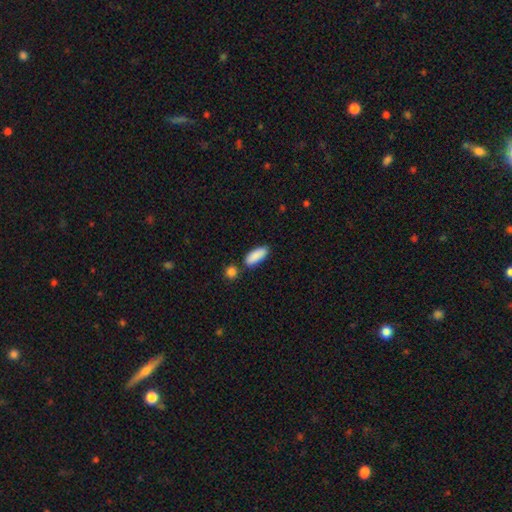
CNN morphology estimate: Q: Smooth or featured?
A: smooth (89%); runner-up: star or artifact (6%)
Q: How rounded?
A: in between (82%); runner-up: cigar-shaped (16%)
Q: Merging?
A: none (73%); runner-up: minor disturbance (13%)